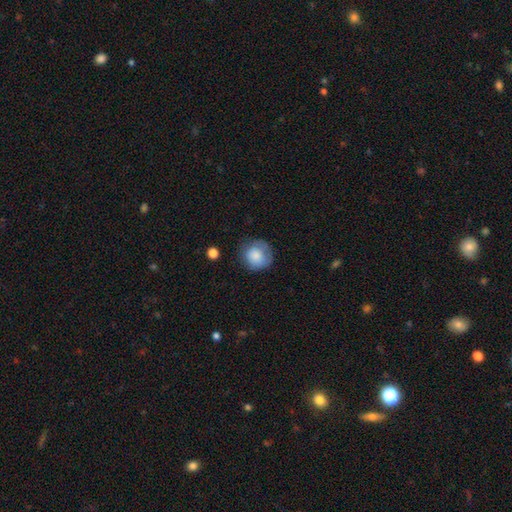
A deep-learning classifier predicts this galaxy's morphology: type=smooth (81%); roundness=round (88%); merging=none (65%).